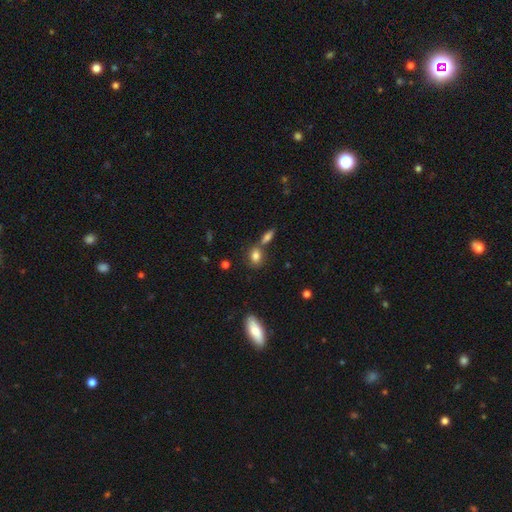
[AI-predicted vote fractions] Smooth or featured?
  - smooth: 81% *
  - star or artifact: 10%
  - featured or disk: 9%
How rounded?
  - in between: 62% *
  - round: 35%
  - cigar-shaped: 3%
Merging?
  - none: 60% *
  - merger: 22%
  - minor disturbance: 14%
  - major disturbance: 4%